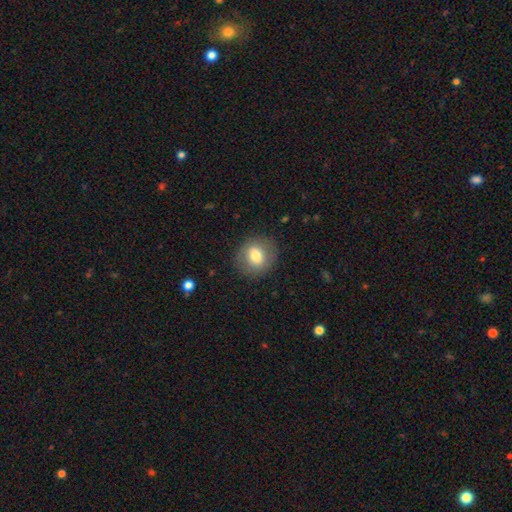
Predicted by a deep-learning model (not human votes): Smooth or featured? smooth (73%)
How rounded? round (77%)
Merging? none (85%)